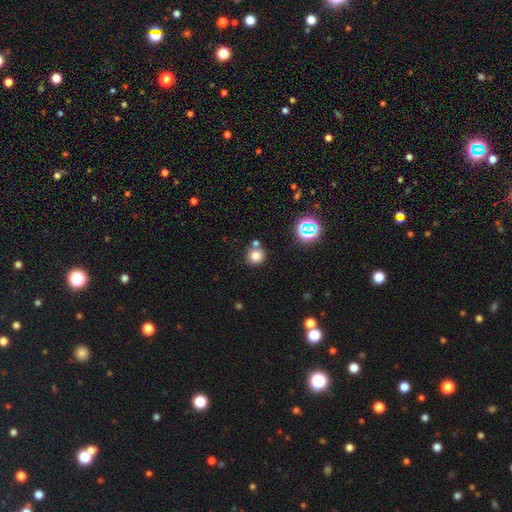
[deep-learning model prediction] This appears to be a smooth galaxy with no disk features (77%) that is round (92%). Merging: none (69%).